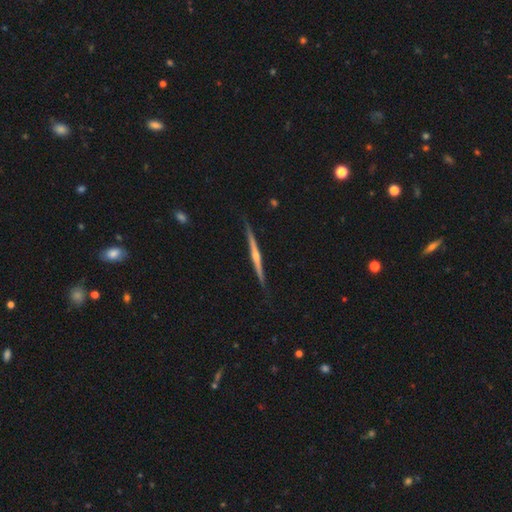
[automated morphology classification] The model was most divided on "smooth or featured": featured or disk: 79%, smooth: 16%, star or artifact: 5%. More confident: edge-on disk — yes (98%); merging — none (87%); edge-on bulge — rounded (81%).